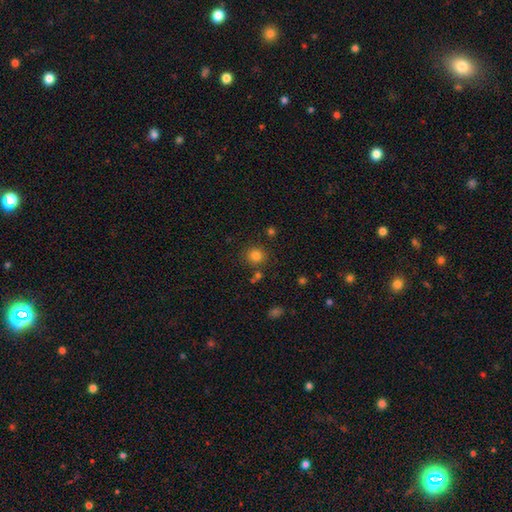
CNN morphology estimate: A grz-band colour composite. It shows a smooth galaxy with no disk features (81%) that is round (90%). Merging: none (81%).